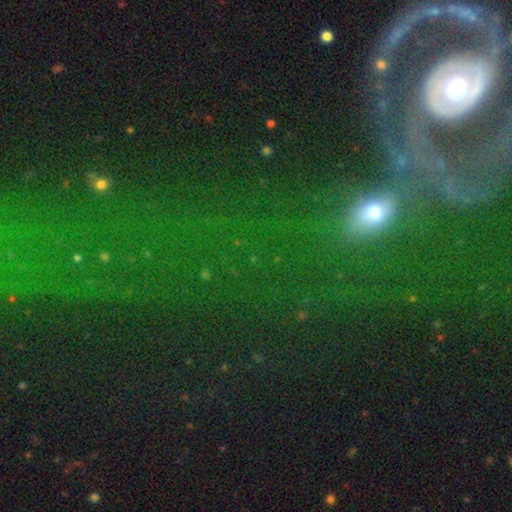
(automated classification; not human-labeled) The model was most divided on "smooth or featured": smooth: 37%, featured or disk: 33%, star or artifact: 30%. More confident: merging — none (52%).